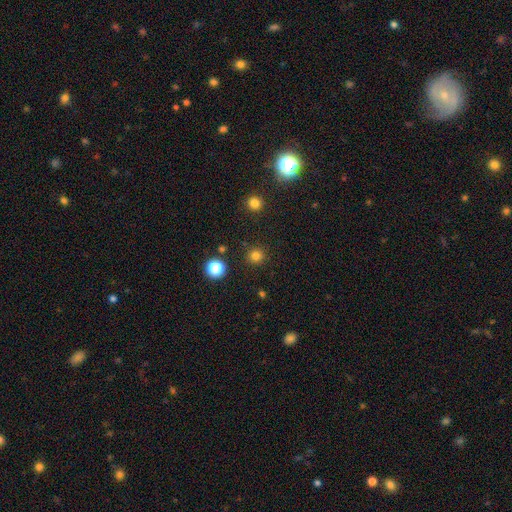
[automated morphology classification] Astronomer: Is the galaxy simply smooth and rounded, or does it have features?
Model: smooth — 79%.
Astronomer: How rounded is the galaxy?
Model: round — 93%.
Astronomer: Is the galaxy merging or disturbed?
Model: none — 90%.